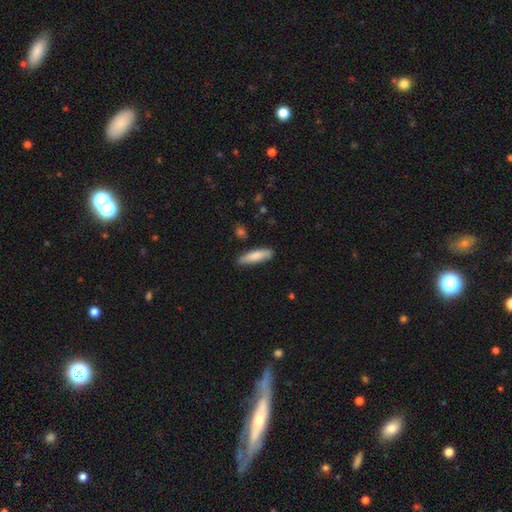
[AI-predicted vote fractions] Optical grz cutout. It shows a smooth galaxy with no disk features (80%) that is cigar-shaped (74%). Merging: none (81%).